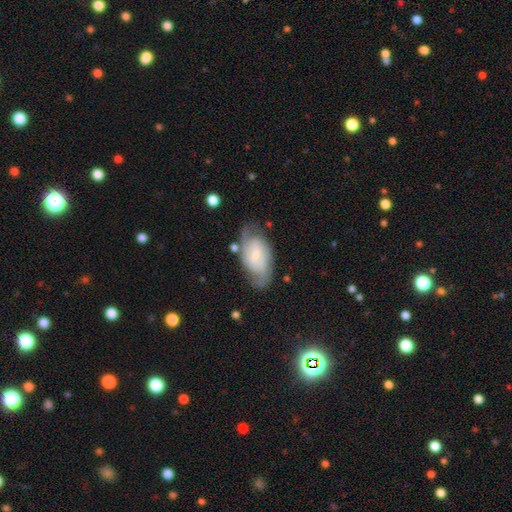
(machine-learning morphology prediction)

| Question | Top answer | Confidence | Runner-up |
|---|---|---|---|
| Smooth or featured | featured or disk | 64% | smooth (29%) |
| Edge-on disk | no | 95% | yes (5%) |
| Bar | weak | 50% | no (35%) |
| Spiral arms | yes | 88% | no (12%) |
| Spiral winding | medium | 46% | tight (32%) |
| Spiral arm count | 2 | 75% | can't tell (16%) |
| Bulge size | small | 57% | moderate (26%) |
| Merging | none | 64% | minor disturbance (23%) |